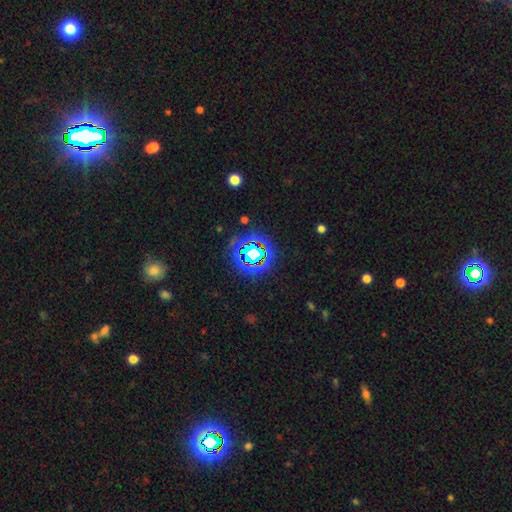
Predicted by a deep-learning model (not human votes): The model was most divided on "smooth or featured": star or artifact: 70%, smooth: 17%, featured or disk: 13%.